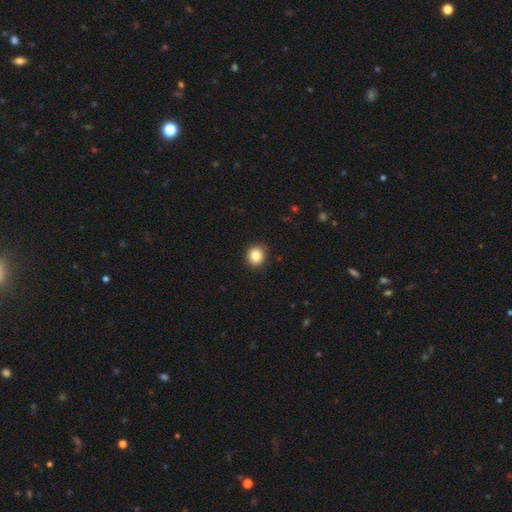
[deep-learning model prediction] This appears to be a smooth galaxy with no disk features (84%) that is round (86%). Merging: none (90%).